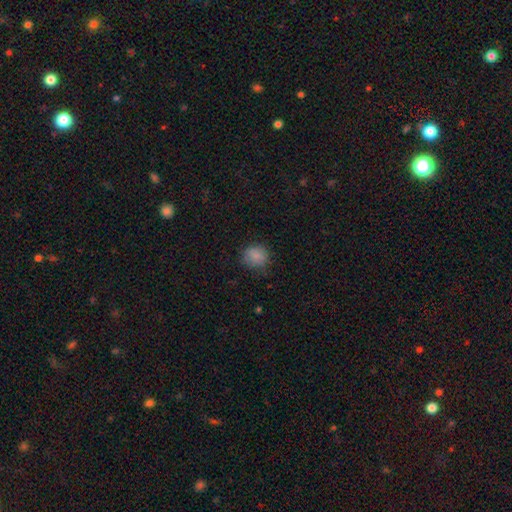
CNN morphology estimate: A smooth galaxy with no disk features (83%) that is round (78%). Merging: none (73%).